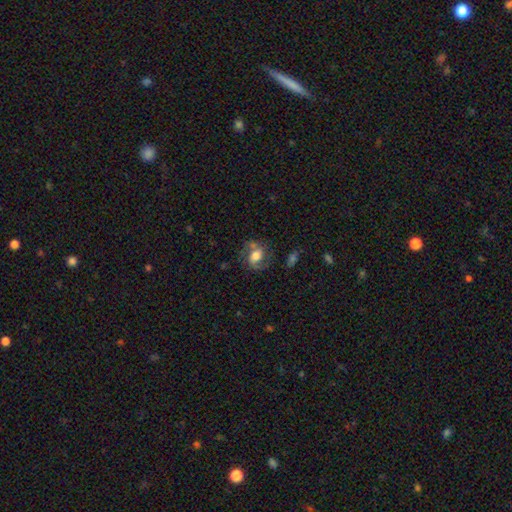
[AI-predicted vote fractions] This appears to be a featured or disk galaxy (63%) with no bar (43%), 2 (86%) medium (52%) spiral arms (86%) and a moderate central bulge (48%). Merging: none (63%).